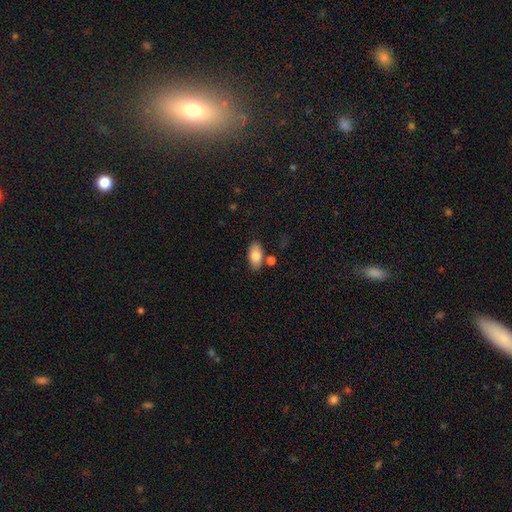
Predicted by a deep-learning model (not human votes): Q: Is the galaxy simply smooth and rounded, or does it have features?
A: smooth — 82%.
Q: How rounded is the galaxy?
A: in between — 93%.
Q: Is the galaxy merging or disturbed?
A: none — 76%.